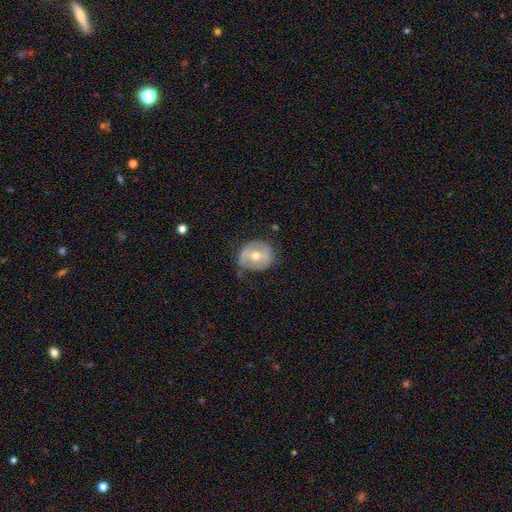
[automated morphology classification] featured or disk 59%, smooth 34%, star or artifact 7%. Down the decision tree: edge-on disk — no (95%); bar — weak (38%); spiral arms — no (53%); bulge size — moderate (72%); merging — none (56%).